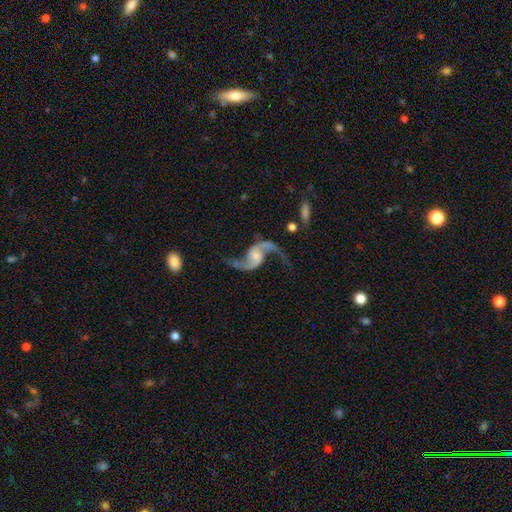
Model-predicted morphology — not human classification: Smooth or featured? featured or disk (92%)
Edge-on disk? no (98%)
Bar? no (53%)
Spiral arms? yes (98%)
Spiral winding? loose (86%)
Spiral arm count? 2 (94%)
Bulge size? small (33%)
Merging? none (71%)